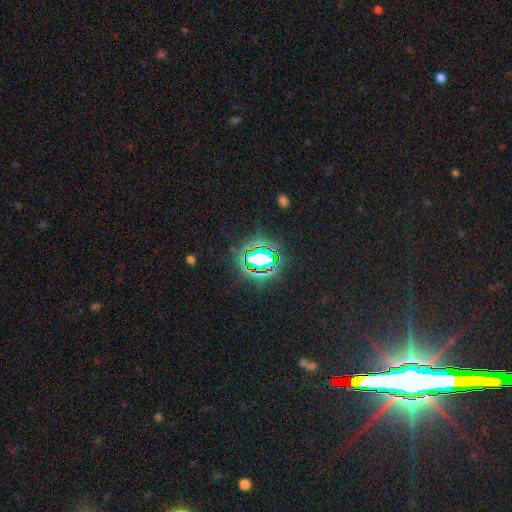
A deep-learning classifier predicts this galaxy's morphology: A star or artifact, not a galaxy (76%).

Vote fractions:
- Smooth or featured? star or artifact: 76% / smooth: 14% / featured or disk: 10%